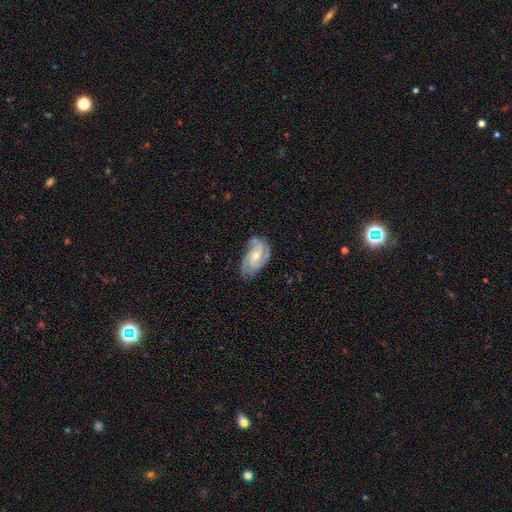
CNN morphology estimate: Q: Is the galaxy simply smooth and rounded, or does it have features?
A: featured or disk — 83%.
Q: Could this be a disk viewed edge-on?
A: no — 97%.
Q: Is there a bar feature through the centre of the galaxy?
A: no — 56%.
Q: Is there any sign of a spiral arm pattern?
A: yes — 97%.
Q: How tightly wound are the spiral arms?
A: medium — 45%.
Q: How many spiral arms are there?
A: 3 — 46%.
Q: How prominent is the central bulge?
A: small — 49%.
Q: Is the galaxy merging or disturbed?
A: none — 64%.